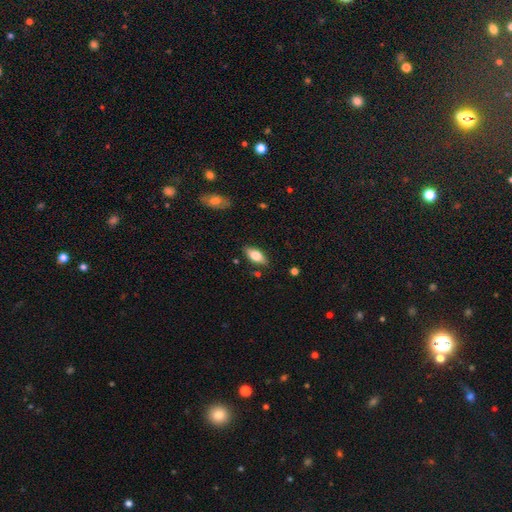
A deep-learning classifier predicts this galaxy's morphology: Smooth or featured?
  - smooth: 67% *
  - featured or disk: 27%
  - star or artifact: 7%
How rounded?
  - in between: 83% *
  - cigar-shaped: 14%
  - round: 3%
Merging?
  - none: 85% *
  - minor disturbance: 11%
  - major disturbance: 2%
  - merger: 2%